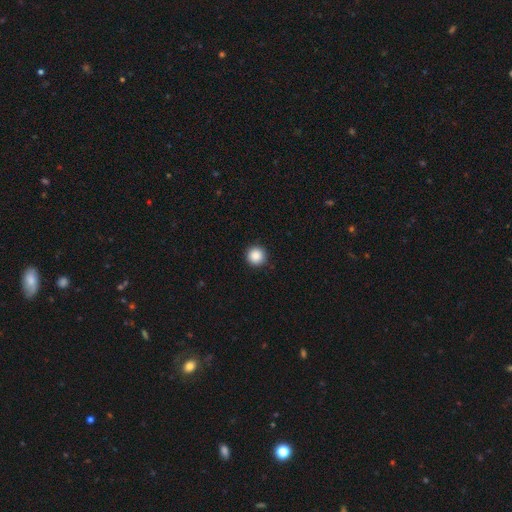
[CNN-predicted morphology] This is clearly a smooth galaxy (88%). How rounded: clearly round (96%). Merging: clearly none (92%).